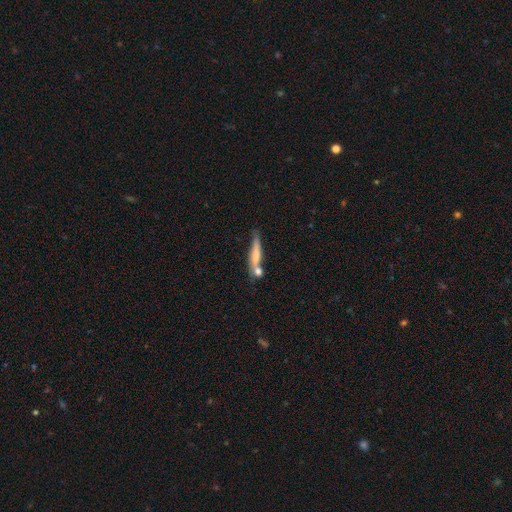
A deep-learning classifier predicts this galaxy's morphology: smooth-or-featured: smooth: 59% | featured or disk: 34% | star or artifact: 7%
  how-rounded: cigar-shaped: 87% | in between: 11% | round: 3%
  merging: none: 48% | merger: 25% | minor disturbance: 19% | major disturbance: 8%